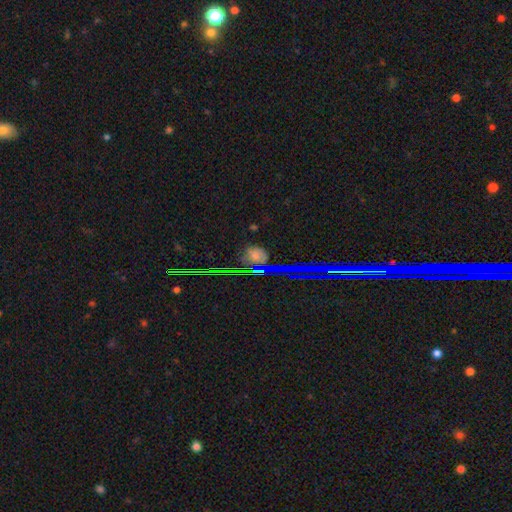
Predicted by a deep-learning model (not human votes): Smooth or featured? star or artifact (46%)